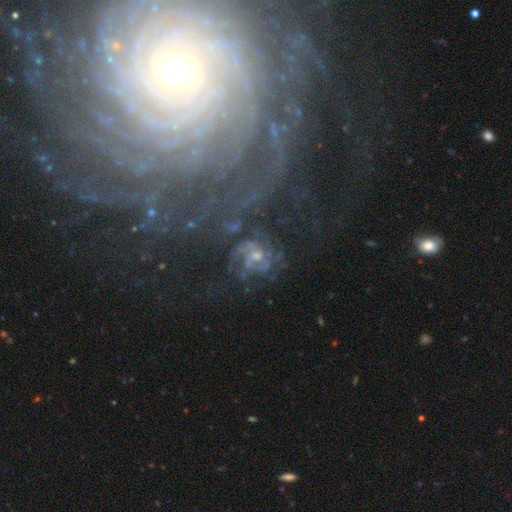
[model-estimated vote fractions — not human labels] This is likely a featured or disk galaxy (72%). It is clearly not viewed edge-on (97%). Bar: likely no (62%). Spiral arm pattern: clearly yes (89%). Spiral arm count: marginally can't tell (33%). Spiral winding: possibly tight (48%). Central bulge: possibly small (53%). Merging: possibly none (52%).